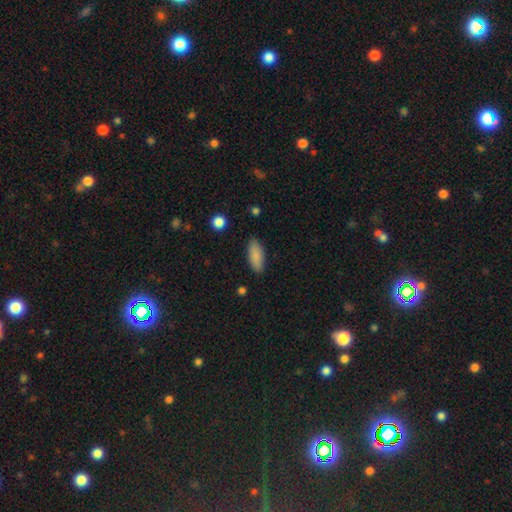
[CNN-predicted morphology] A smooth galaxy with no disk features (87%) that is in between round and cigar-shaped (79%).

Vote fractions:
- Smooth or featured? smooth: 87% / star or artifact: 6% / featured or disk: 6%
- How rounded? in between: 79% / cigar-shaped: 19% / round: 2%
- Merging? none: 86% / minor disturbance: 11% / major disturbance: 2% / merger: 1%